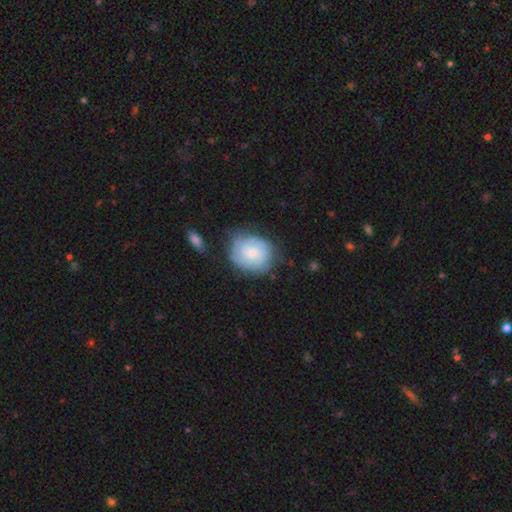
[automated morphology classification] smooth 48%, featured or disk 45%, star or artifact 7%. Down the decision tree: merging — none (62%).